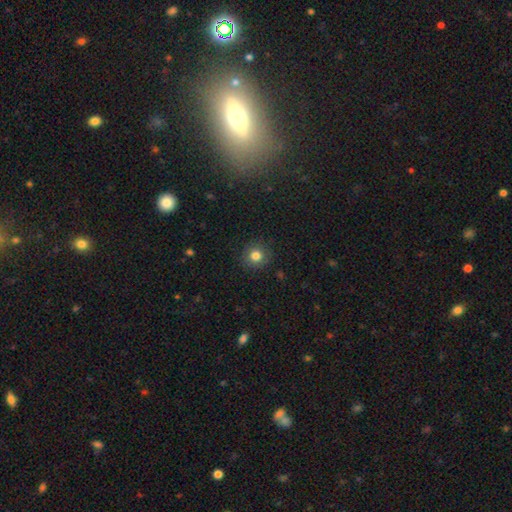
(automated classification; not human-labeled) This is clearly a smooth galaxy (81%). How rounded: clearly round (92%). Merging: clearly none (90%).